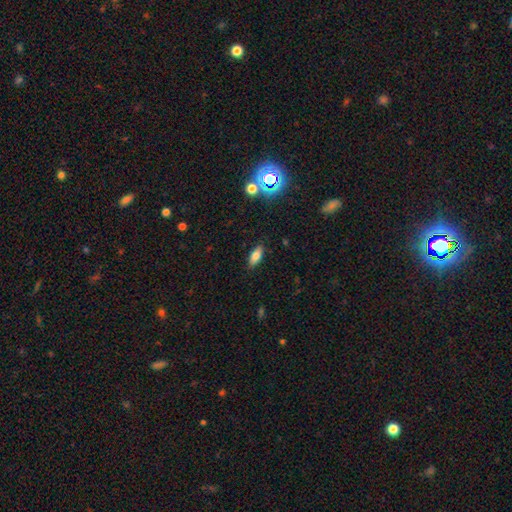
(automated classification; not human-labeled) This appears to be a smooth galaxy with no disk features (77%) that is in between round and cigar-shaped (80%). Merging: none (87%).